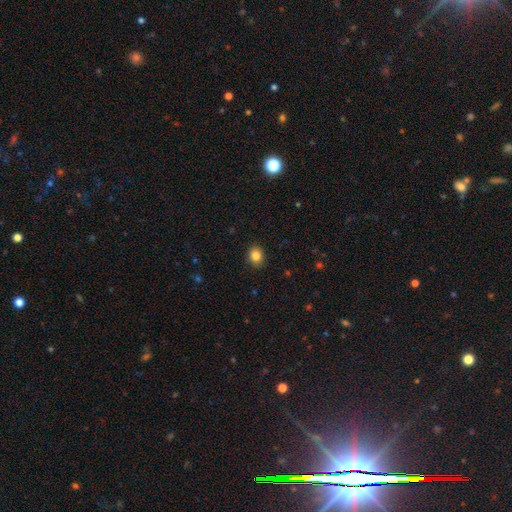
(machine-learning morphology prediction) smooth 85%, star or artifact 10%, featured or disk 5%. Down the decision tree: how rounded — round (64%); merging — none (89%).